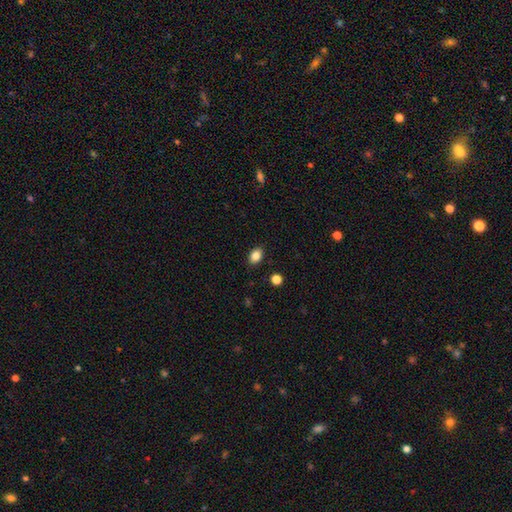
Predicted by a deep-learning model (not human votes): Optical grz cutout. It shows a smooth galaxy with no disk features (85%) that is in between round and cigar-shaped (74%). Merging: none (88%).